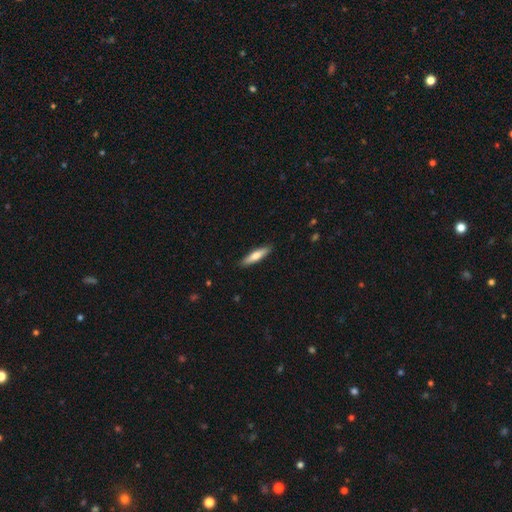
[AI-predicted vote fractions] This is likely a smooth galaxy (66%). How rounded: likely cigar-shaped (77%). Merging: clearly none (90%).